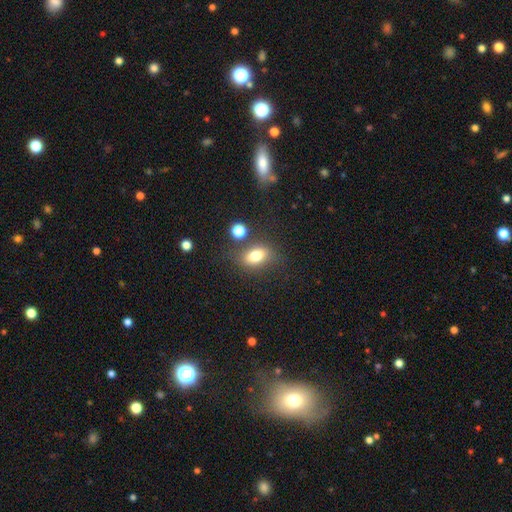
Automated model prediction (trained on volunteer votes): A smooth galaxy with no disk features (77%) that is in between round and cigar-shaped (79%).

Vote fractions:
- Smooth or featured? smooth: 77% / featured or disk: 12% / star or artifact: 11%
- How rounded? in between: 79% / round: 17% / cigar-shaped: 4%
- Merging? none: 70% / minor disturbance: 15% / merger: 9% / major disturbance: 6%